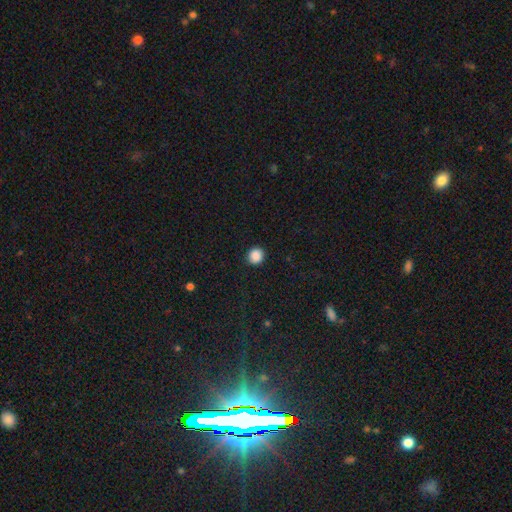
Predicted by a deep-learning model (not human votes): Morphology: type=smooth (88%); roundness=round (90%); merging=none (92%).